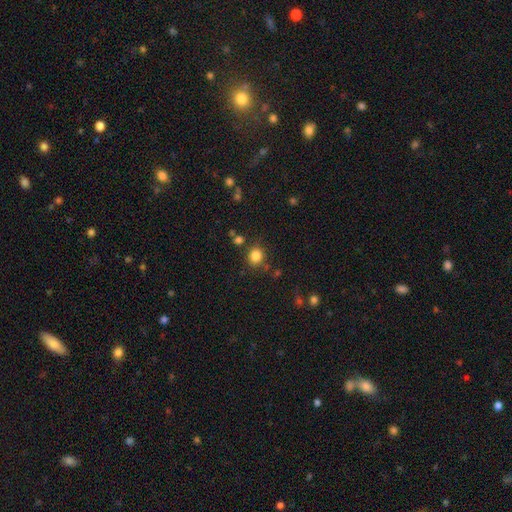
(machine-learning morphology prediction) type=smooth (83%); roundness=round (80%); merging=none (81%).